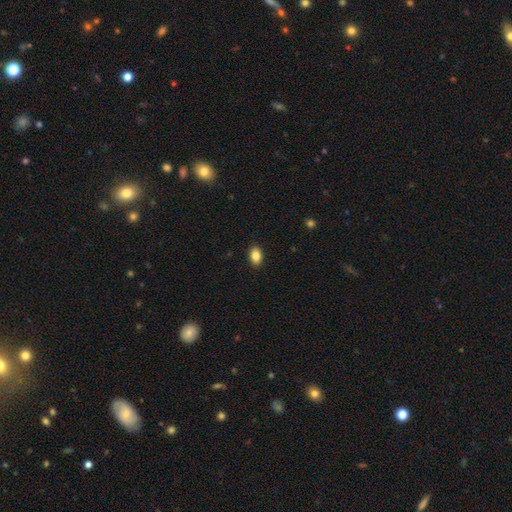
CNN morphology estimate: Smooth or featured?
  - smooth: 86% *
  - star or artifact: 8%
  - featured or disk: 5%
How rounded?
  - in between: 85% *
  - round: 14%
  - cigar-shaped: 1%
Merging?
  - none: 90% *
  - minor disturbance: 7%
  - major disturbance: 2%
  - merger: 1%